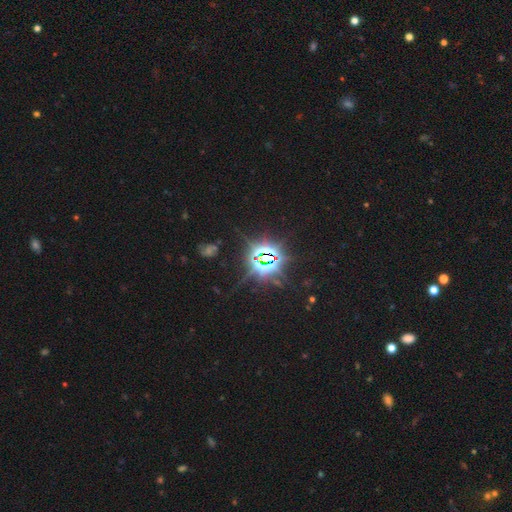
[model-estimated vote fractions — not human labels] A star or artifact, not a galaxy (85%).

Vote fractions:
- Smooth or featured? star or artifact: 85% / smooth: 8% / featured or disk: 7%